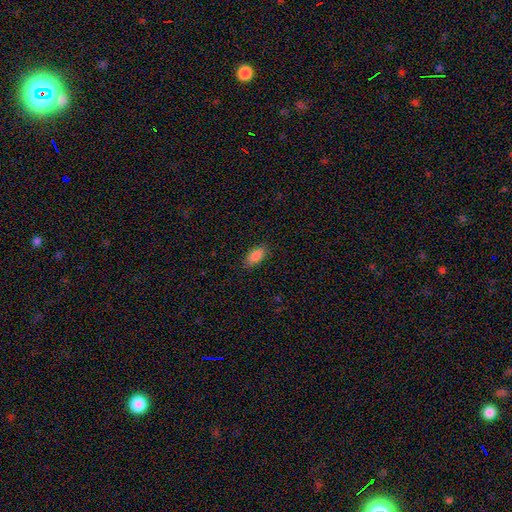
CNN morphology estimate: This appears to be a smooth galaxy with no disk features (87%) that is in between round and cigar-shaped (89%). Merging: none (86%).